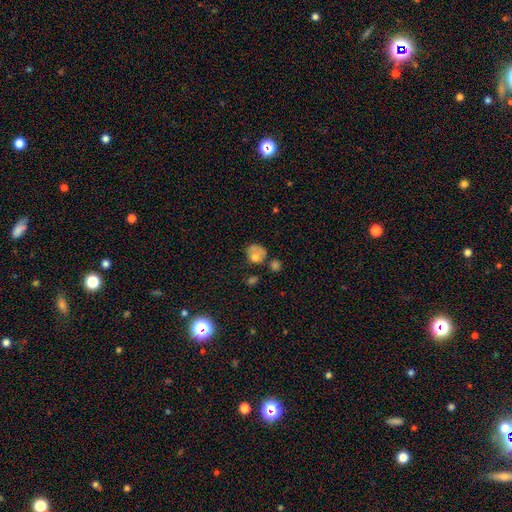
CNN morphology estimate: A smooth galaxy with no disk features (67%) that is round (61%).

Vote fractions:
- Smooth or featured? smooth: 67% / featured or disk: 23% / star or artifact: 10%
- How rounded? round: 61% / in between: 38% / cigar-shaped: 1%
- Merging? none: 36% / minor disturbance: 27% / major disturbance: 19% / merger: 18%